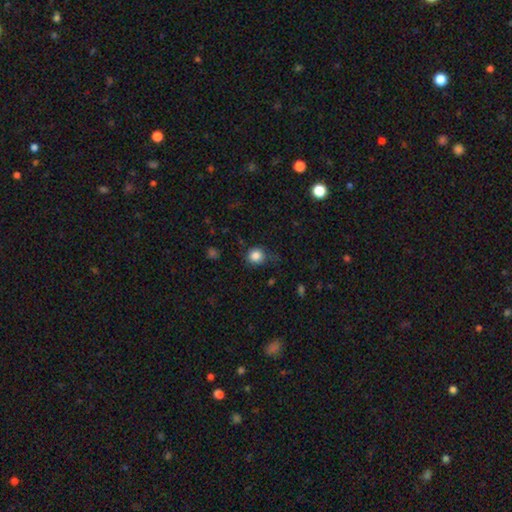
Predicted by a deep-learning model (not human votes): This appears to be a smooth galaxy with no disk features (85%) that is round (85%). Merging: none (70%).